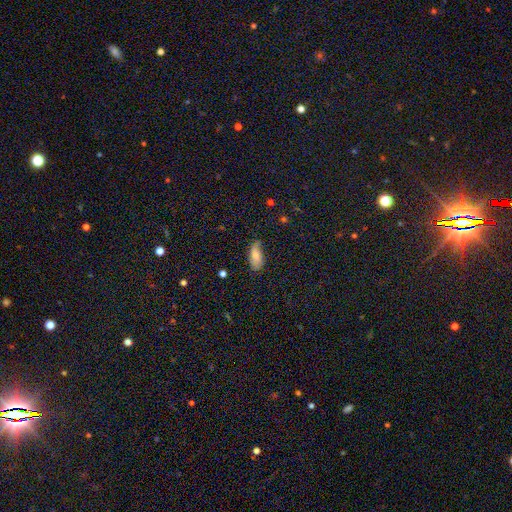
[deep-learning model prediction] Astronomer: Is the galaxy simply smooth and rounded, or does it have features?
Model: smooth — 74%.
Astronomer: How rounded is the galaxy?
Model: in between — 91%.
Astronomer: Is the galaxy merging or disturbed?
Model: none — 56% (runner-up: minor disturbance, 34%).